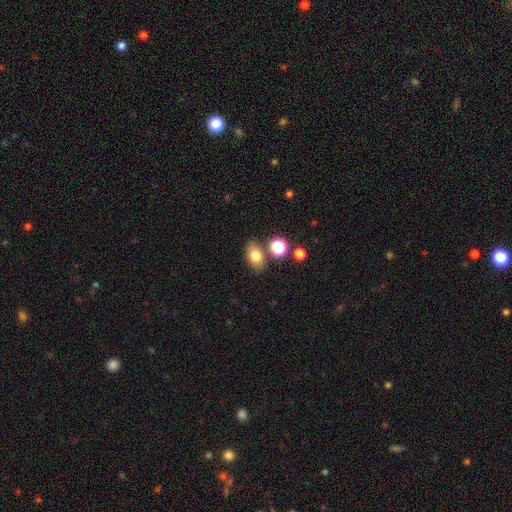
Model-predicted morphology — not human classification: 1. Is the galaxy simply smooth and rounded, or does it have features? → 78% smooth, 11% featured or disk, 11% star or artifact.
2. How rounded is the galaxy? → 81% in between, 18% round, 2% cigar-shaped.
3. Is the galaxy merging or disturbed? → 76% none, 11% minor disturbance, 9% merger, 3% major disturbance.